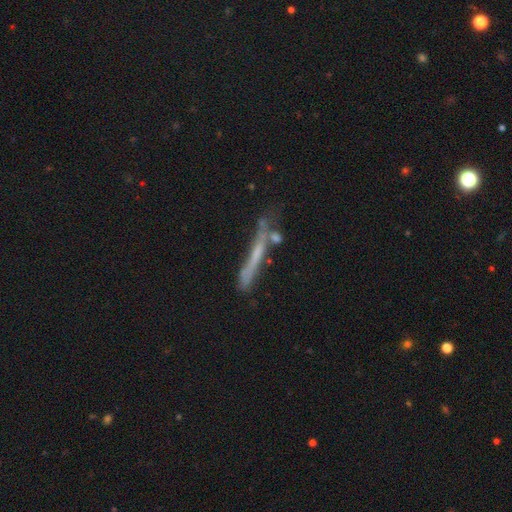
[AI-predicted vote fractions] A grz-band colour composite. It shows a featured or disk galaxy (52%) viewed edge-on (81%). Merging: none (54%).